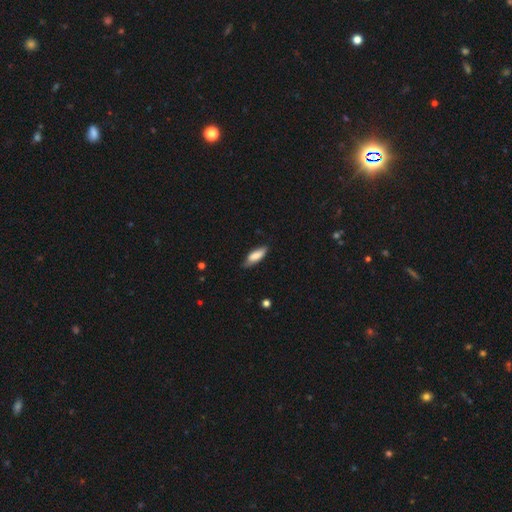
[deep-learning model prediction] smooth 79%, featured or disk 14%, star or artifact 6%. Down the decision tree: how rounded — in between (61%); merging — none (69%).